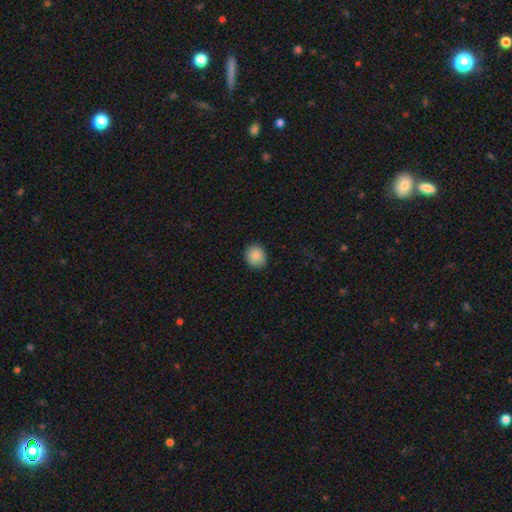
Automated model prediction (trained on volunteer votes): smooth_or_featured: smooth (p=0.88) [alt: star or artifact p=0.08]
how_rounded: round (p=0.81) [alt: in between p=0.18]
merging: none (p=0.89) [alt: minor disturbance p=0.08]